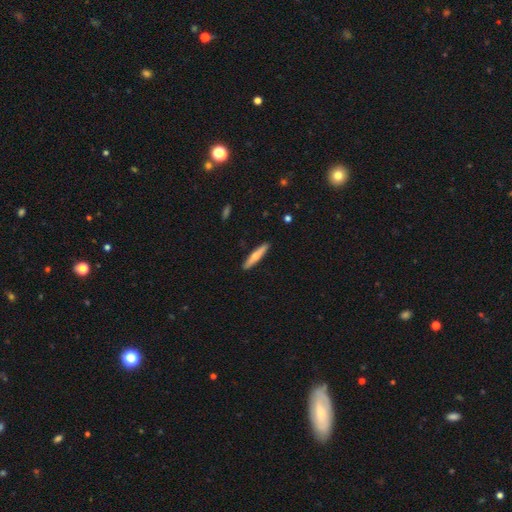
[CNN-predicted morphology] Smooth or featured? smooth (63%)
How rounded? cigar-shaped (91%)
Merging? none (91%)